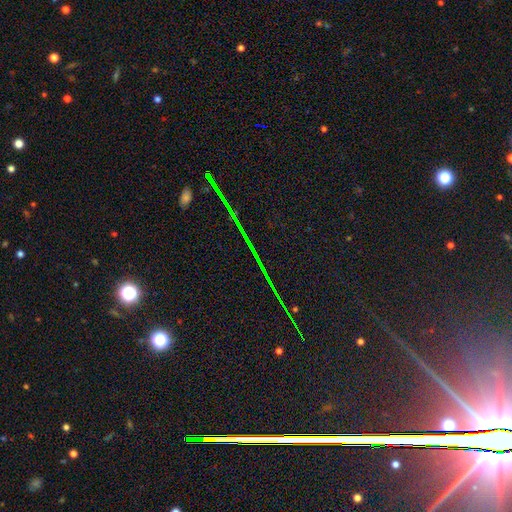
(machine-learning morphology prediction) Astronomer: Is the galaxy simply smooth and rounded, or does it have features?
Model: star or artifact — 82%.